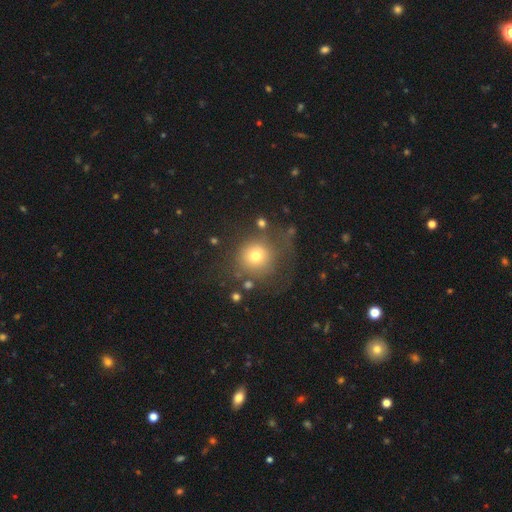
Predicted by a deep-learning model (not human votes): Smooth or featured? smooth (70%)
How rounded? round (91%)
Merging? none (61%)